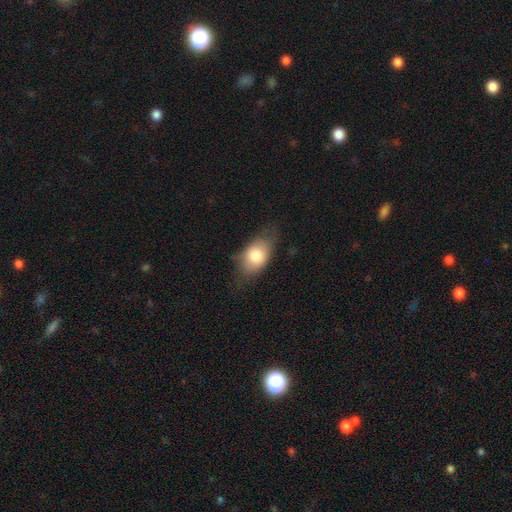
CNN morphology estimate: Q: Smooth or featured?
A: smooth (77%); runner-up: featured or disk (16%)
Q: How rounded?
A: in between (83%); runner-up: round (14%)
Q: Merging?
A: none (61%); runner-up: minor disturbance (27%)